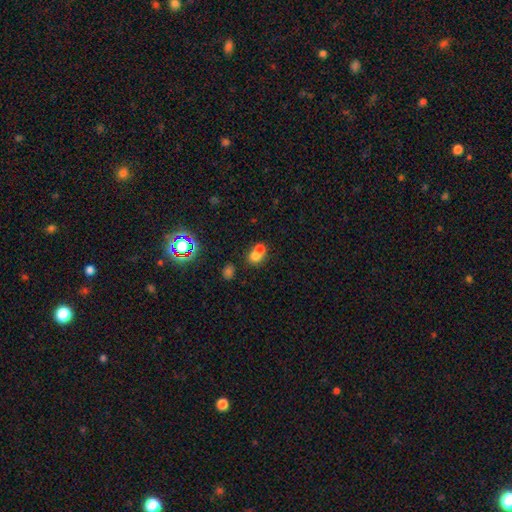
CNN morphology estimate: Smooth or featured? Predicted: smooth (p=0.68). How rounded? Predicted: round (p=0.65). Merging? Predicted: merger (p=0.64).